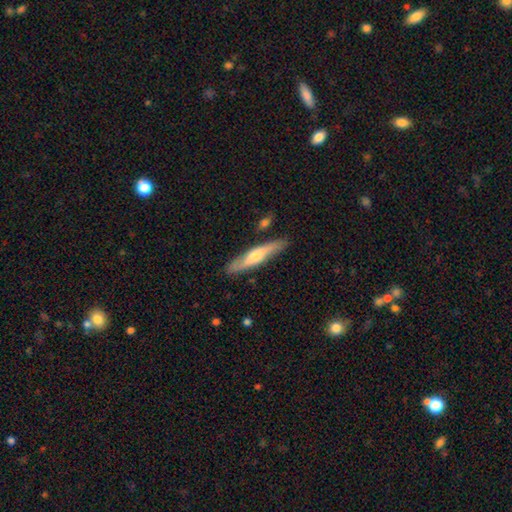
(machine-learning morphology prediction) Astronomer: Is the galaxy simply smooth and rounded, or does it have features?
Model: smooth — 49% (runner-up: featured or disk, 46%).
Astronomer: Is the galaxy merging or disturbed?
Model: none — 84%.